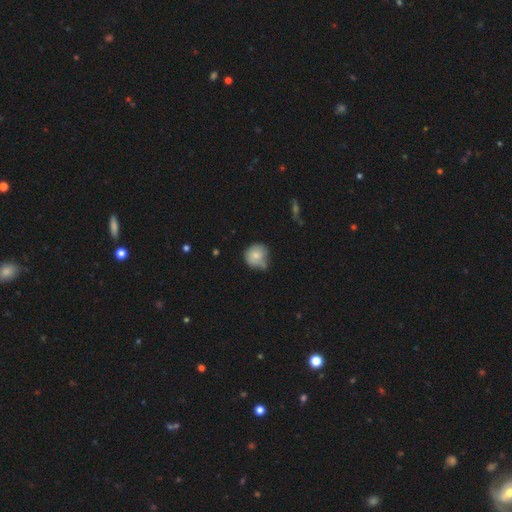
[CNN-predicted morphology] smooth-or-featured: smooth: 74% | featured or disk: 17% | star or artifact: 8%
  how-rounded: round: 84% | in between: 15% | cigar-shaped: 1%
  merging: none: 46% | minor disturbance: 37% | major disturbance: 10% | merger: 8%